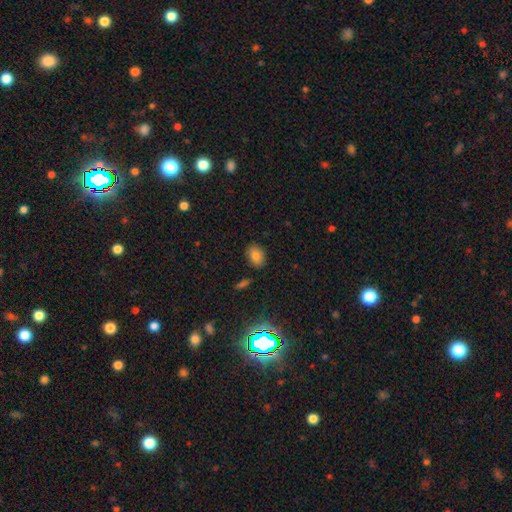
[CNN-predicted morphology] Smooth or featured? Predicted: smooth (p=0.79). How rounded? Predicted: in between (p=0.74). Merging? Predicted: none (p=0.85).